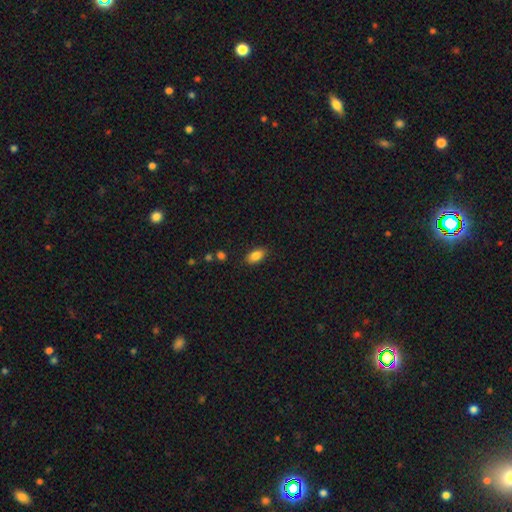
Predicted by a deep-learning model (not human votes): smooth-or-featured: smooth: 86% | star or artifact: 8% | featured or disk: 6%
  how-rounded: in between: 91% | round: 6% | cigar-shaped: 3%
  merging: none: 86% | minor disturbance: 10% | major disturbance: 3% | merger: 2%